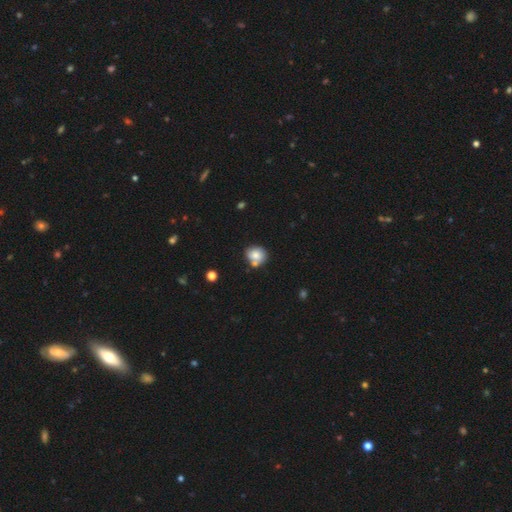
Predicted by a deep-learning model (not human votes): Smooth or featured: smooth — 77% (featured or disk — 14%)
How rounded: round — 71% (in between — 29%)
Merging: none — 55% (merger — 23%)